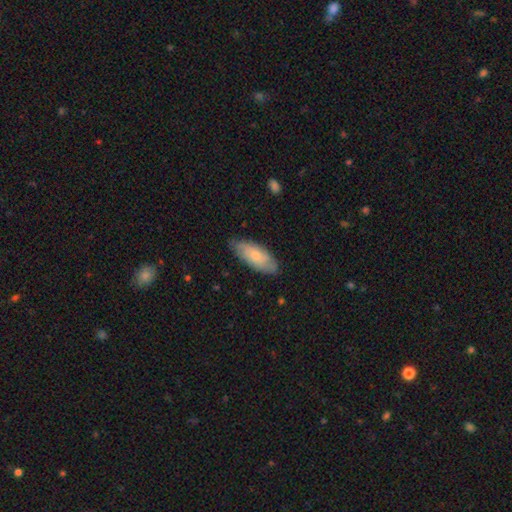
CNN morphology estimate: A smooth galaxy with no disk features (60%) that is in between round and cigar-shaped (83%).

Vote fractions:
- Smooth or featured? smooth: 60% / featured or disk: 34% / star or artifact: 6%
- How rounded? in between: 83% / cigar-shaped: 15% / round: 2%
- Merging? none: 77% / minor disturbance: 19% / major disturbance: 3% / merger: 1%